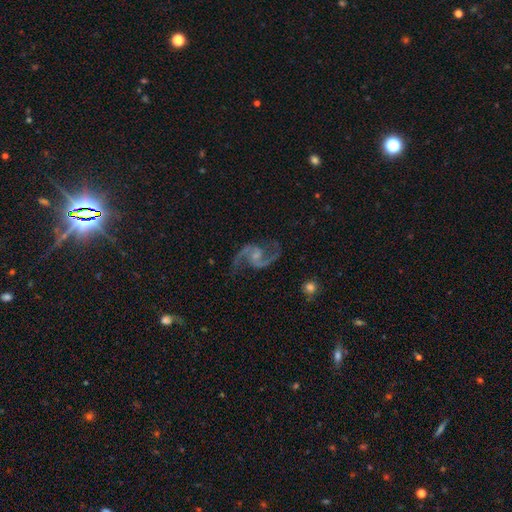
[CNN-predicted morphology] This is clearly a featured or disk galaxy (93%). It is clearly not viewed edge-on (98%). Bar: possibly no (48%). Spiral arm pattern: clearly yes (98%). Spiral arm count: clearly 2 (94%). Spiral winding: possibly loose (50%). Central bulge: possibly small (49%). Merging: likely none (75%).